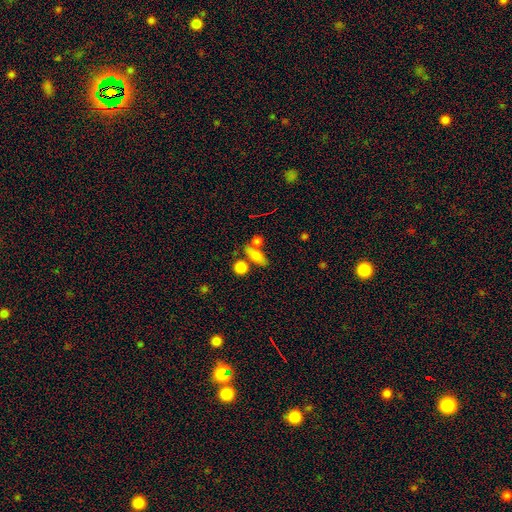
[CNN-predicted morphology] The model was most divided on "merging": none: 54%, merger: 27%, minor disturbance: 13%, major disturbance: 6%. More confident: smooth or featured — smooth (73%); how rounded — in between (63%).